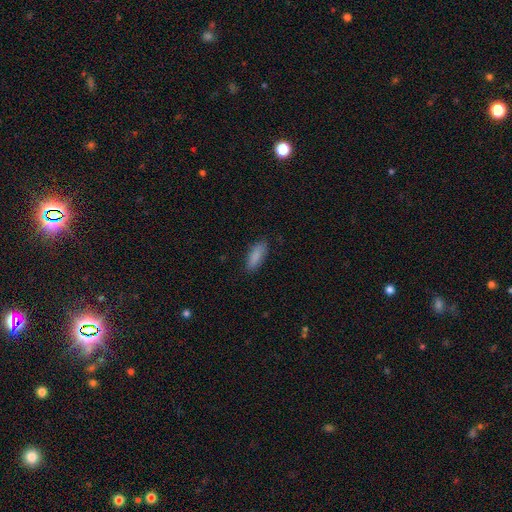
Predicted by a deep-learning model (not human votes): This appears to be a smooth galaxy with no disk features (87%) that is in between round and cigar-shaped (71%). Merging: none (83%).